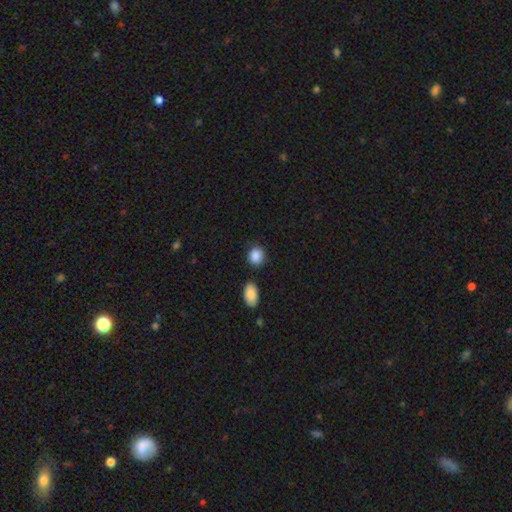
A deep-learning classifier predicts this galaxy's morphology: The model was most divided on "how rounded": round: 70%, in between: 29%, cigar-shaped: 1%. More confident: smooth or featured — smooth (89%); merging — none (80%).